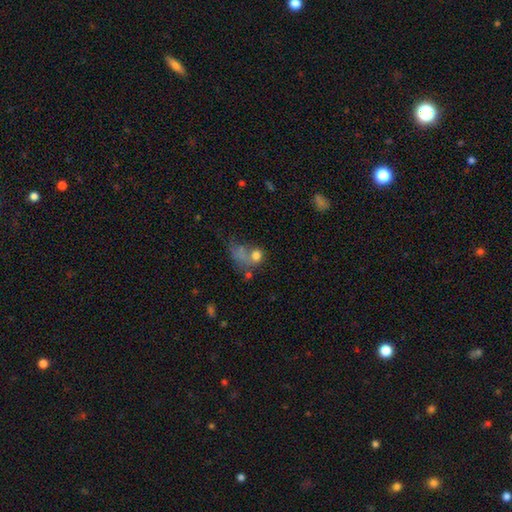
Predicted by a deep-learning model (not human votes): A smooth galaxy with no disk features (66%) that is round (52%). Merging: merger (32%).